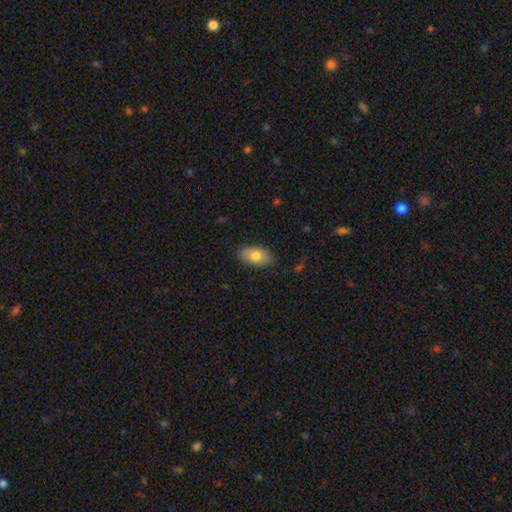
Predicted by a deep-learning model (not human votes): Q: Smooth or featured?
A: smooth (78%); runner-up: featured or disk (15%)
Q: How rounded?
A: in between (91%); runner-up: round (5%)
Q: Merging?
A: none (84%); runner-up: minor disturbance (12%)